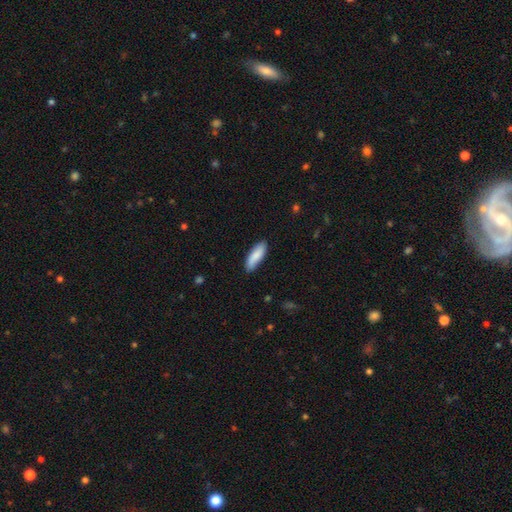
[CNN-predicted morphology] A smooth galaxy with no disk features (85%) that is in between round and cigar-shaped (57%).

Vote fractions:
- Smooth or featured? smooth: 85% / featured or disk: 10% / star or artifact: 5%
- How rounded? in between: 57% / cigar-shaped: 41% / round: 2%
- Merging? none: 85% / minor disturbance: 12% / major disturbance: 2% / merger: 1%